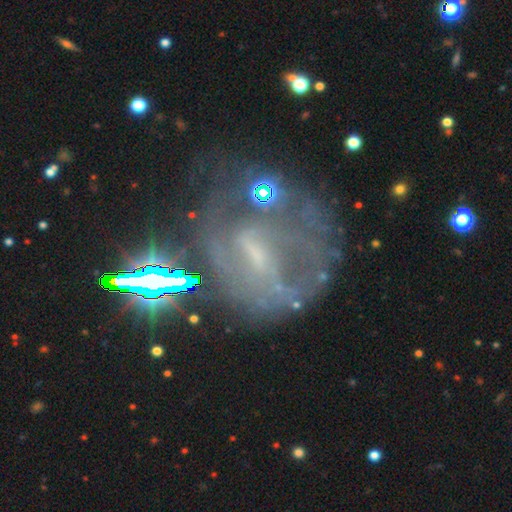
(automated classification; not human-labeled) The model was most divided on "spiral arms" (2-way tie): no: 50%, yes: 50%. Remaining: edge-on disk — no (94%); smooth or featured — featured or disk (61%); bulge size — small (49%); merging — none (46%); bar — weak (40%).